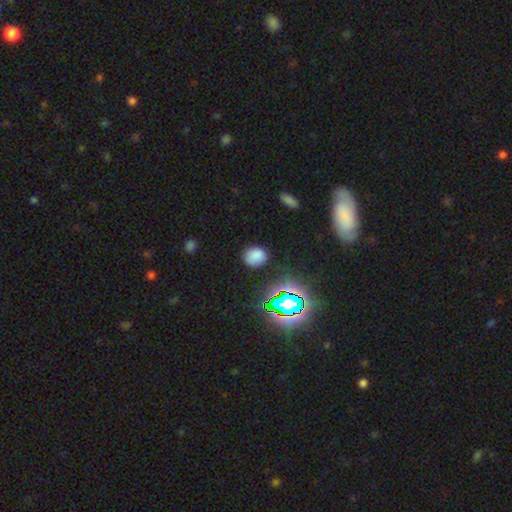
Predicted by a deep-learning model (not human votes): Smooth or featured?
  - smooth: 75% *
  - star or artifact: 18%
  - featured or disk: 6%
How rounded?
  - round: 66% *
  - in between: 32%
  - cigar-shaped: 1%
Merging?
  - none: 81% *
  - minor disturbance: 13%
  - major disturbance: 4%
  - merger: 2%